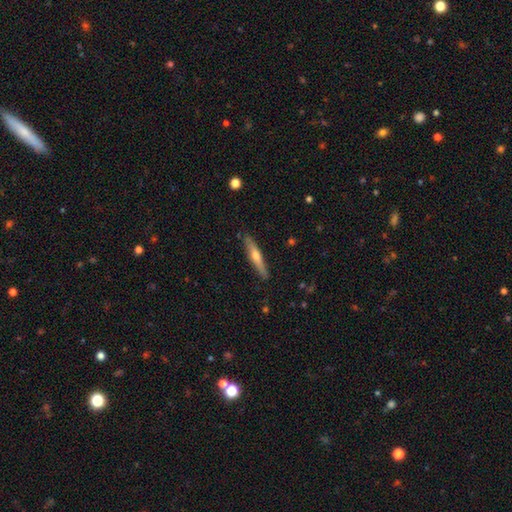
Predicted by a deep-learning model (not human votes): smooth_or_featured: featured or disk (p=0.55) [alt: smooth p=0.39]
disk_edge_on: yes (p=0.94) [alt: no p=0.06]
edge_on_bulge: rounded (p=0.84) [alt: none p=0.12]
merging: none (p=0.88) [alt: minor disturbance p=0.09]